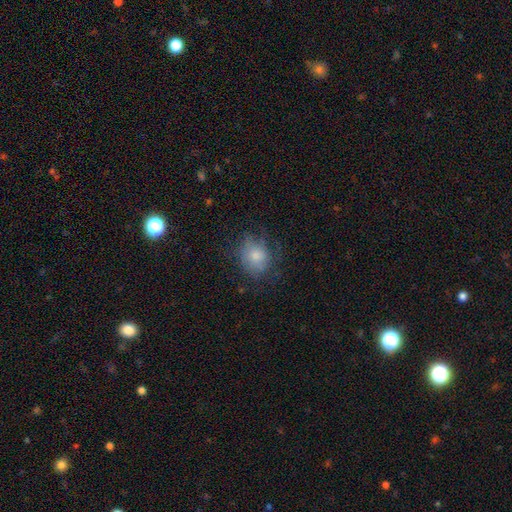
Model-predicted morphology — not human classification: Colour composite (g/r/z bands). It shows a smooth galaxy with no disk features (71%) that is round (66%). Merging: none (61%).